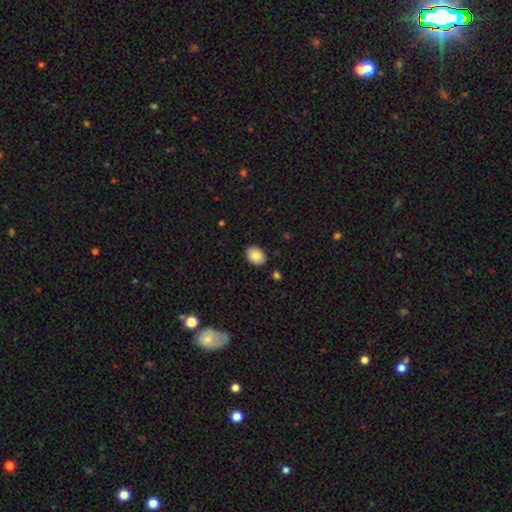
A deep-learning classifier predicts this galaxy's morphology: Overall: smooth (86%). How rounded: in between (70%). Merging: none (88%).